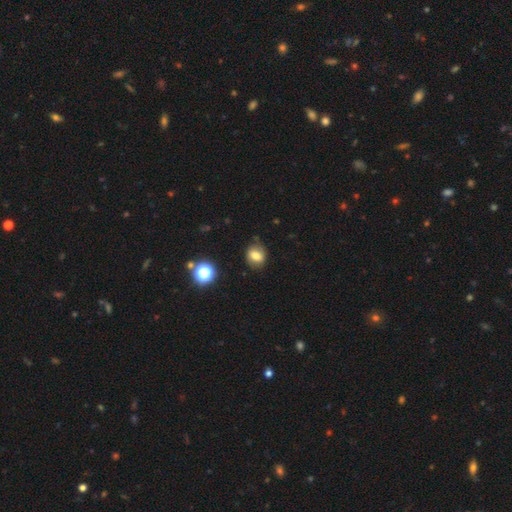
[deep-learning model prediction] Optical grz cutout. It shows a smooth galaxy with no disk features (73%) that is in between round and cigar-shaped (51%). Merging: none (76%).